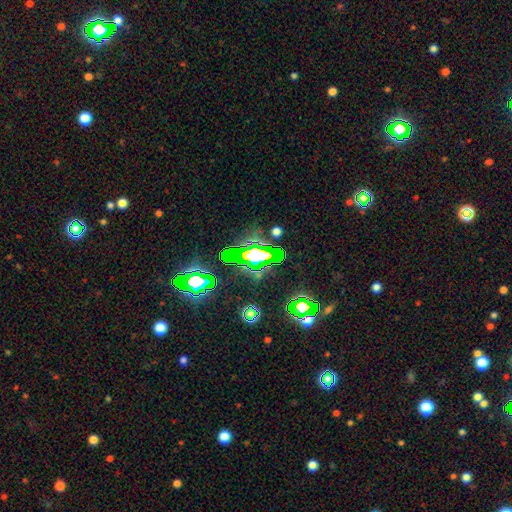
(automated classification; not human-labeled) smooth-or-featured: star or artifact: 55% | featured or disk: 23% | smooth: 22%